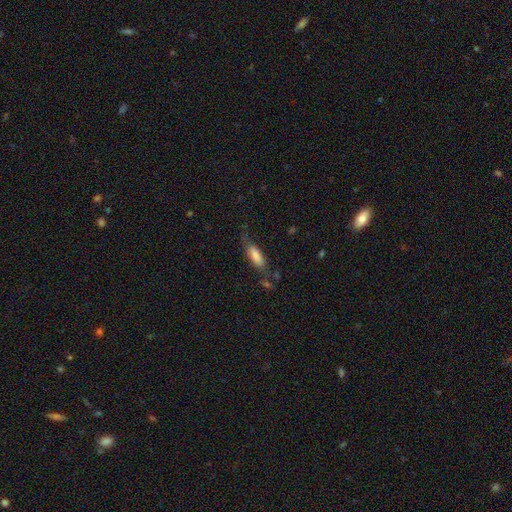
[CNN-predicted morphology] Smooth or featured: smooth — 79% (featured or disk — 14%)
How rounded: in between — 59% (cigar-shaped — 40%)
Merging: none — 61% (minor disturbance — 25%)